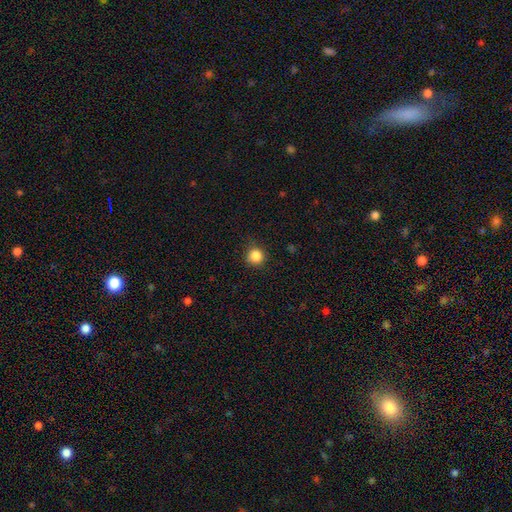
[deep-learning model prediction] smooth-or-featured: smooth: 85% | star or artifact: 11% | featured or disk: 4%
  how-rounded: round: 93% | in between: 6% | cigar-shaped: 1%
  merging: none: 87% | minor disturbance: 9% | major disturbance: 3% | merger: 1%